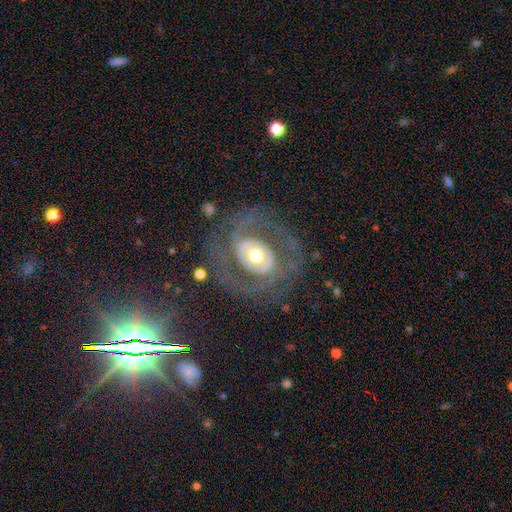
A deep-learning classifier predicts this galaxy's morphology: Q: Smooth or featured?
A: featured or disk (79%); runner-up: smooth (15%)
Q: Edge-on disk?
A: no (97%); runner-up: yes (3%)
Q: Bar?
A: no (65%); runner-up: weak (24%)
Q: Spiral arms?
A: yes (74%); runner-up: no (26%)
Q: Spiral winding?
A: medium (42%); runner-up: tight (41%)
Q: Spiral arm count?
A: 2 (65%); runner-up: can't tell (17%)
Q: Bulge size?
A: moderate (68%); runner-up: large (16%)
Q: Merging?
A: none (70%); runner-up: major disturbance (15%)